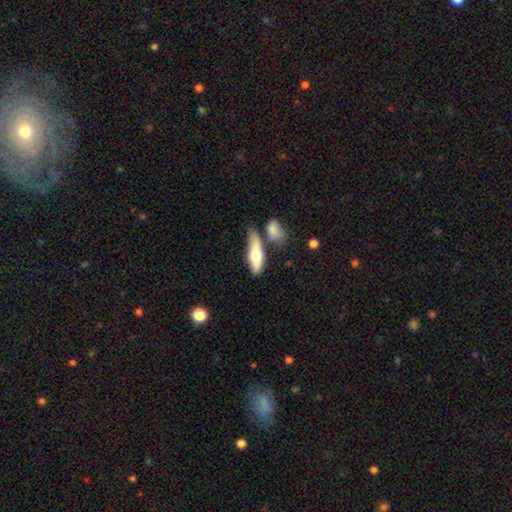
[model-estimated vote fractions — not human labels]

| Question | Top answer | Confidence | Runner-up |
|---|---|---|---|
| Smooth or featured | smooth | 66% | featured or disk (28%) |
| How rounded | in between | 59% | cigar-shaped (38%) |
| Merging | none | 51% | minor disturbance (22%) |